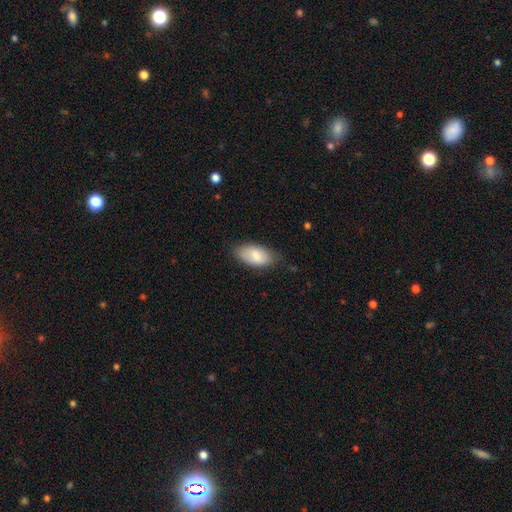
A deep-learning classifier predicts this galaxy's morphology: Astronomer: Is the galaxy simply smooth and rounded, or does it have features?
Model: smooth — 81%.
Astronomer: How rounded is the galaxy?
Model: in between — 93%.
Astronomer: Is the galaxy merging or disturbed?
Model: none — 75%.